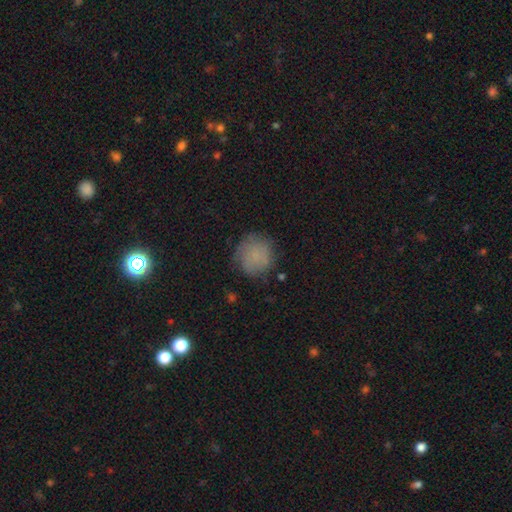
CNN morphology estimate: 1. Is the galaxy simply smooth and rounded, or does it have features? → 76% smooth, 14% featured or disk, 11% star or artifact.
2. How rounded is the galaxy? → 90% round, 9% in between, 1% cigar-shaped.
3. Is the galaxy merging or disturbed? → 72% none, 19% minor disturbance, 7% major disturbance, 2% merger.